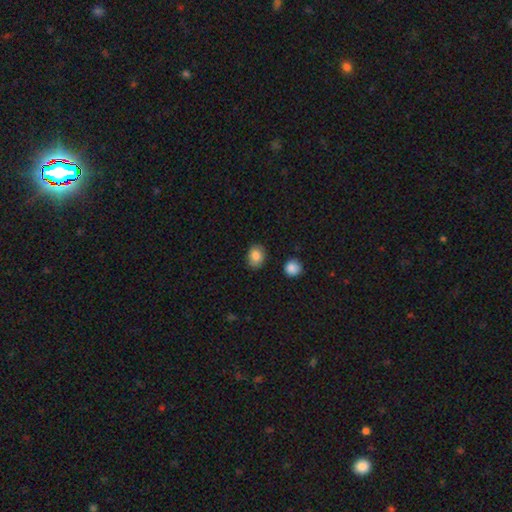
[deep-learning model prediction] Smooth or featured? Predicted: smooth (p=0.85). How rounded? Predicted: in between (p=0.58). Merging? Predicted: none (p=0.87).